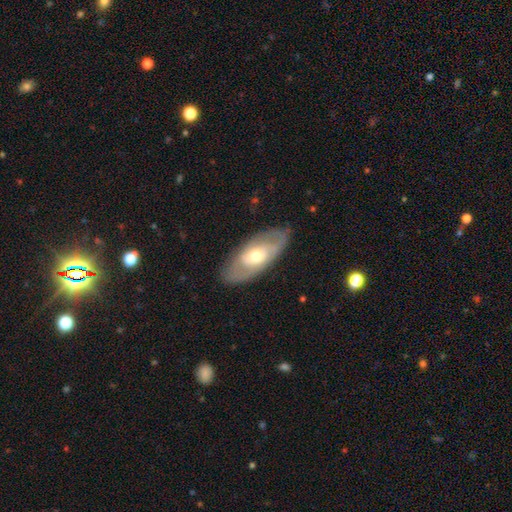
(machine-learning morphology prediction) Smooth or featured: featured or disk — 58% (smooth — 36%)
Edge-on disk: no — 85% (yes — 15%)
Merging: none — 82% (minor disturbance — 13%)